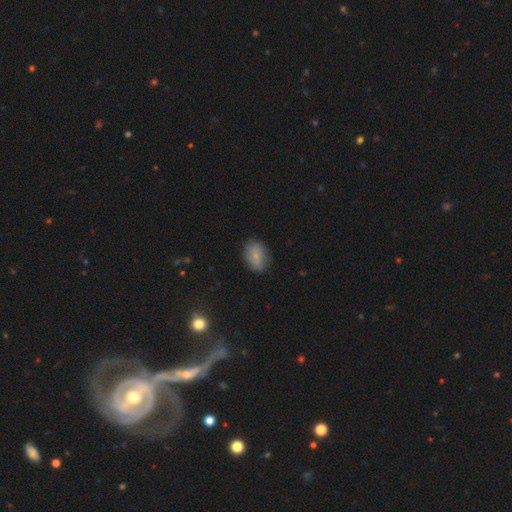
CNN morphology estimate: The model was most divided on "smooth or featured": smooth: 72%, featured or disk: 20%, star or artifact: 8%. More confident: how rounded — in between (79%); merging — none (78%).